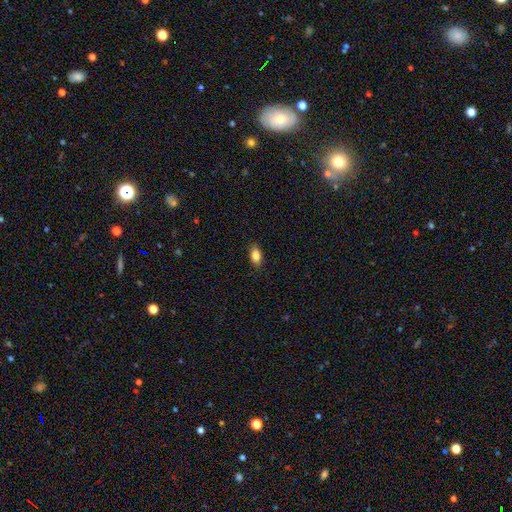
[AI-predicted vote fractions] A smooth galaxy with no disk features (85%) that is in between round and cigar-shaped (89%).

Vote fractions:
- Smooth or featured? smooth: 85% / star or artifact: 8% / featured or disk: 6%
- How rounded? in between: 89% / round: 8% / cigar-shaped: 3%
- Merging? none: 87% / minor disturbance: 10% / major disturbance: 2% / merger: 1%